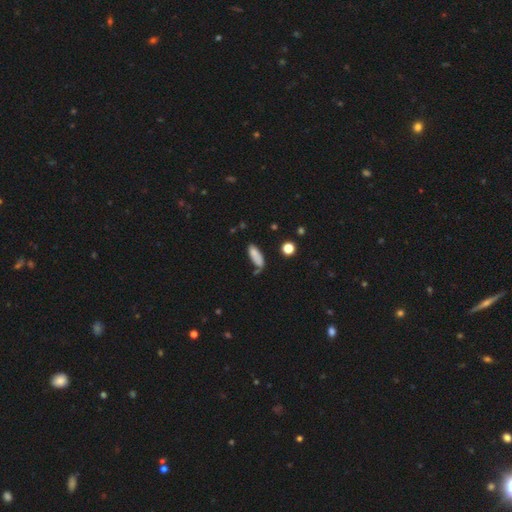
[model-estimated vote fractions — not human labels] Smooth or featured? Predicted: smooth (p=0.81). How rounded? Predicted: in between (p=0.68). Merging? Predicted: none (p=0.55).